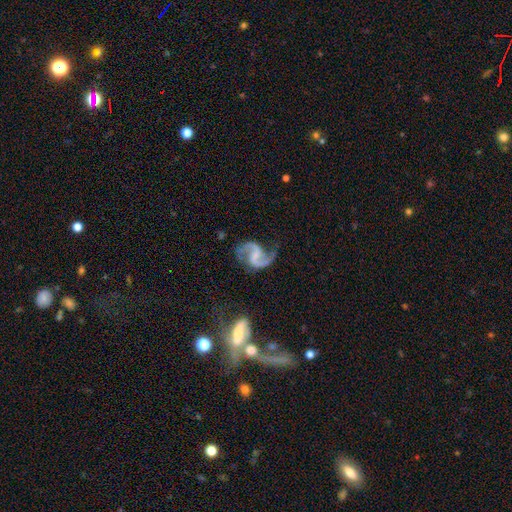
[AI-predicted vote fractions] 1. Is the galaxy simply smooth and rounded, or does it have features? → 92% featured or disk, 4% star or artifact, 3% smooth.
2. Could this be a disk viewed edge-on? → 98% no, 2% yes.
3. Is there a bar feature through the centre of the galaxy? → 48% weak, 30% no, 22% strong.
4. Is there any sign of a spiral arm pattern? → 98% yes, 2% no.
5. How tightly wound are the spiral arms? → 48% loose, 44% medium, 8% tight.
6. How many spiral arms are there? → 94% 2, 2% 1, 1% can't tell, 1% 3, 1% 4, 1% more than 4.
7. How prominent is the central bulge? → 45% none, 39% small, 13% moderate, 2% large, 1% dominant.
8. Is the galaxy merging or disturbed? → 71% none, 16% minor disturbance, 10% major disturbance, 3% merger.